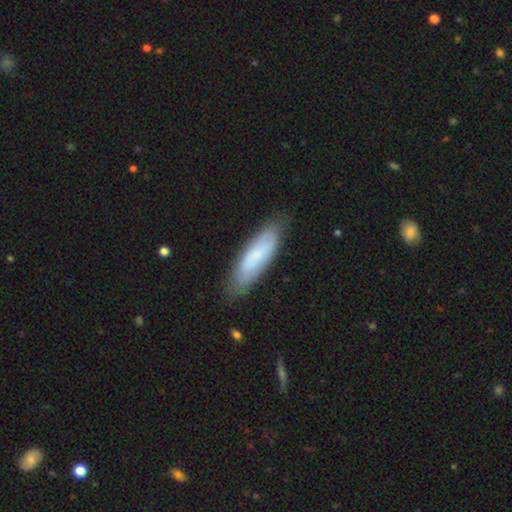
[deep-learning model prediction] This appears to be a smooth galaxy with no disk features (69%) that is cigar-shaped (58%). Merging: none (81%).